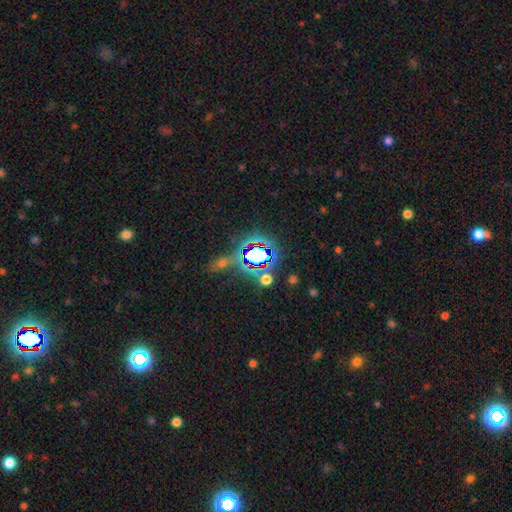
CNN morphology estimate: type=star or artifact (67%).